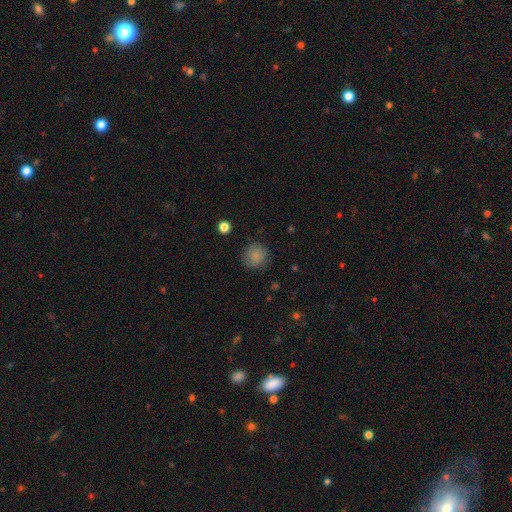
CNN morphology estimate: Smooth or featured? Predicted: smooth (p=0.85). How rounded? Predicted: round (p=0.91). Merging? Predicted: none (p=0.85).